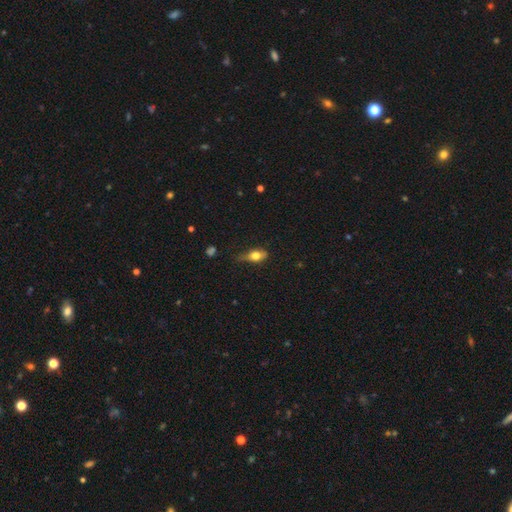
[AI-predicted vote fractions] Smooth or featured? Predicted: smooth (p=0.62). How rounded? Predicted: in between (p=0.70). Merging? Predicted: none (p=0.54).